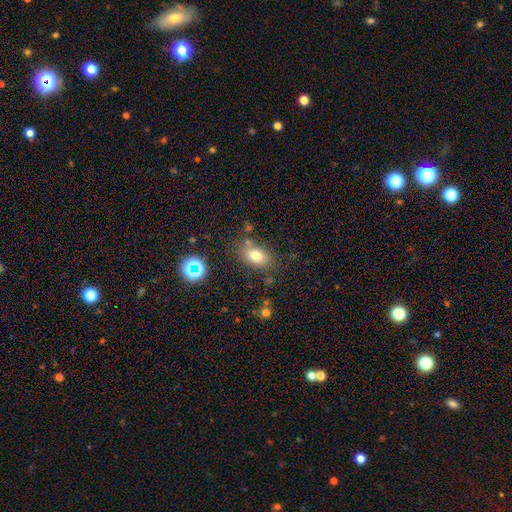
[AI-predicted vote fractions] This appears to be a smooth galaxy with no disk features (76%) that is in between round and cigar-shaped (81%). Merging: none (72%).